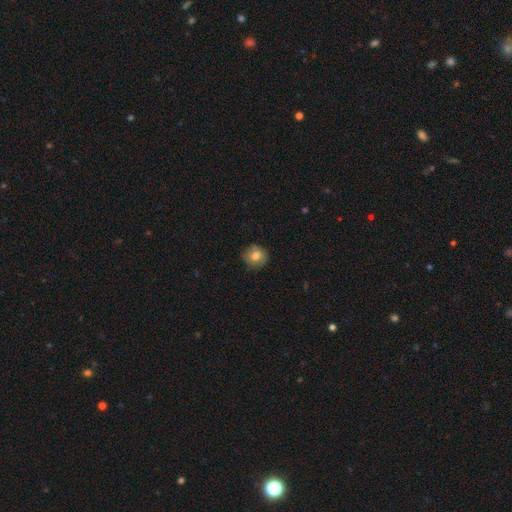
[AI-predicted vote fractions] This is likely a smooth galaxy (76%). How rounded: clearly round (81%). Merging: likely none (77%).